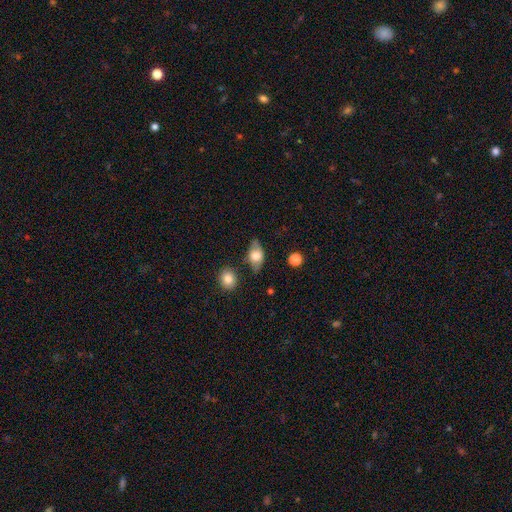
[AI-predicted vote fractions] Q: Smooth or featured?
A: smooth (62%); runner-up: featured or disk (31%)
Q: How rounded?
A: in between (84%); runner-up: round (10%)
Q: Merging?
A: none (69%); runner-up: minor disturbance (22%)